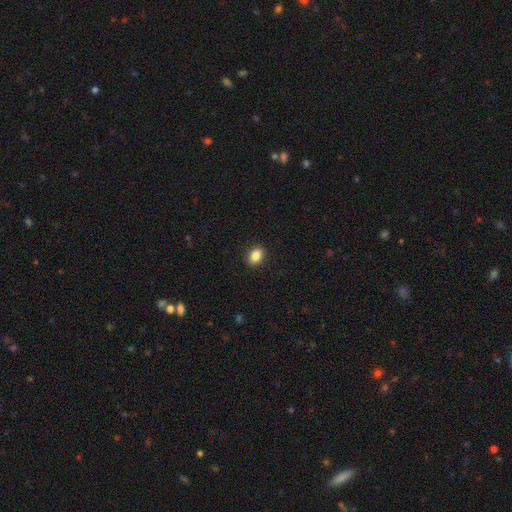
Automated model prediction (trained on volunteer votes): Overall: smooth (87%). How rounded: in between (74%). Merging: none (90%).